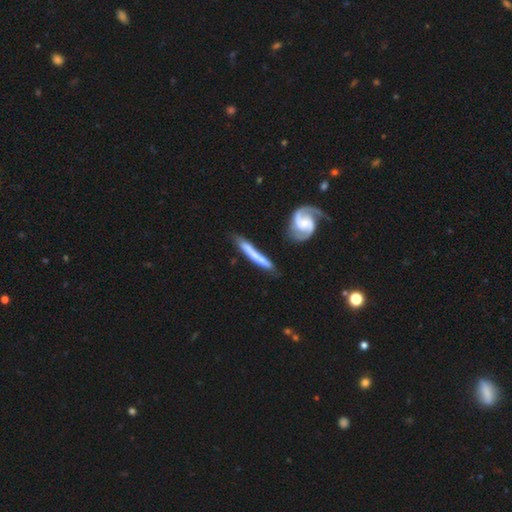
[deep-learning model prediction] A featured or disk galaxy (54%) viewed edge-on (60%).

Vote fractions:
- Smooth or featured? featured or disk: 54% / smooth: 41% / star or artifact: 5%
- Edge-on disk? yes: 60% / no: 40%
- Merging? none: 62% / minor disturbance: 20% / merger: 11% / major disturbance: 6%